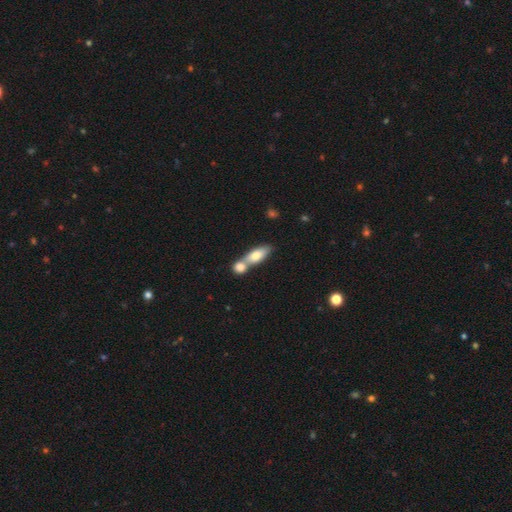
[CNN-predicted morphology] Smooth or featured?
  - smooth: 73% *
  - featured or disk: 20%
  - star or artifact: 6%
How rounded?
  - in between: 68% *
  - cigar-shaped: 27%
  - round: 6%
Merging?
  - merger: 60% *
  - none: 30%
  - minor disturbance: 7%
  - major disturbance: 3%